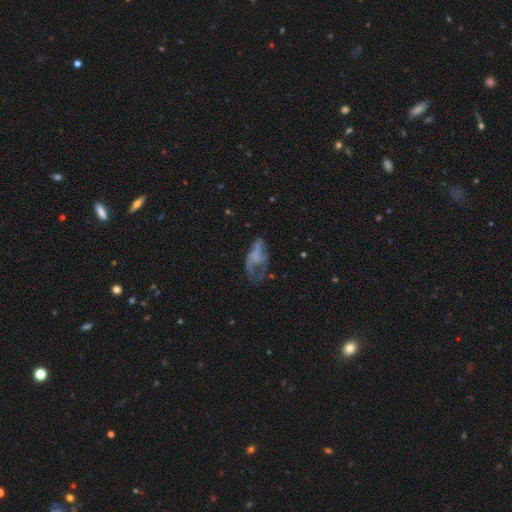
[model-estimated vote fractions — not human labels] This appears to be a featured or disk galaxy (57%) with no bar (82%), no spiral arms (63%) and no central bulge (74%). Merging: major disturbance (41%).